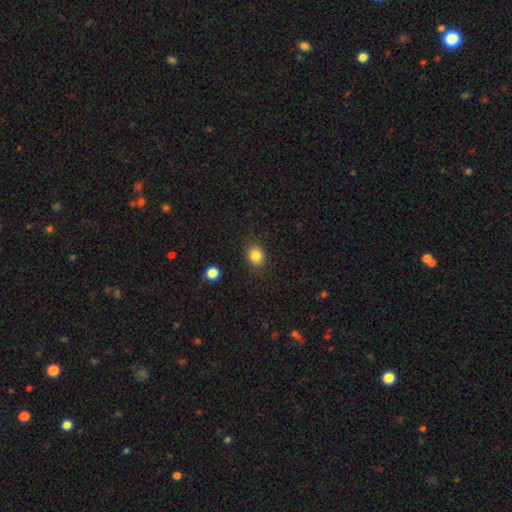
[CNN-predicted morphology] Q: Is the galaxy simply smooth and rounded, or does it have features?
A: smooth — 84%.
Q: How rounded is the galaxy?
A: round — 56%.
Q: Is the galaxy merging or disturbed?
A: none — 85%.